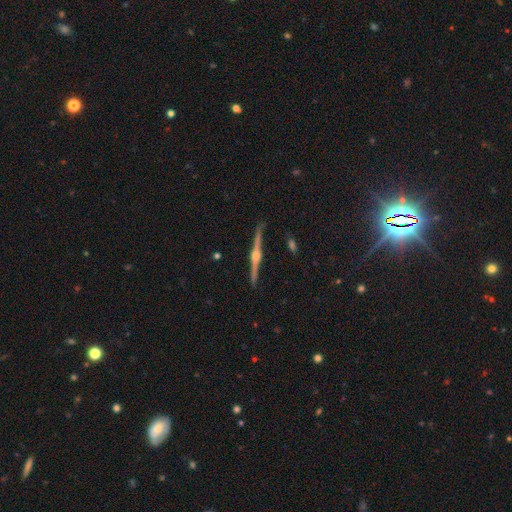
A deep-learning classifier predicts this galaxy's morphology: Overall: featured or disk (89%). Edge-on disk: yes (99%). Edge-on bulge: rounded (93%). Merging: none (91%).